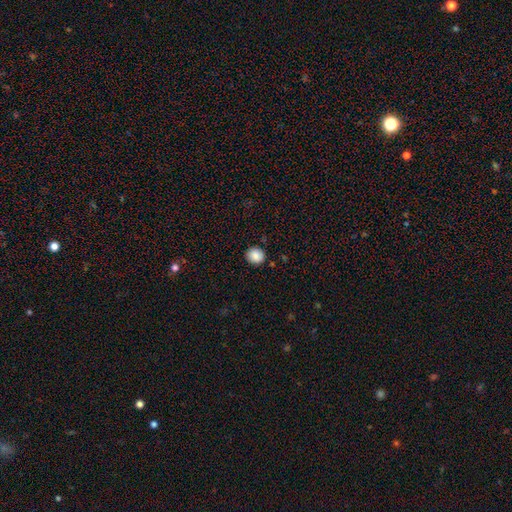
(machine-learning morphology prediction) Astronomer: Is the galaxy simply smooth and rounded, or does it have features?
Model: smooth — 88%.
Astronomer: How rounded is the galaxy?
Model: round — 86%.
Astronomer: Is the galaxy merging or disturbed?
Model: none — 89%.